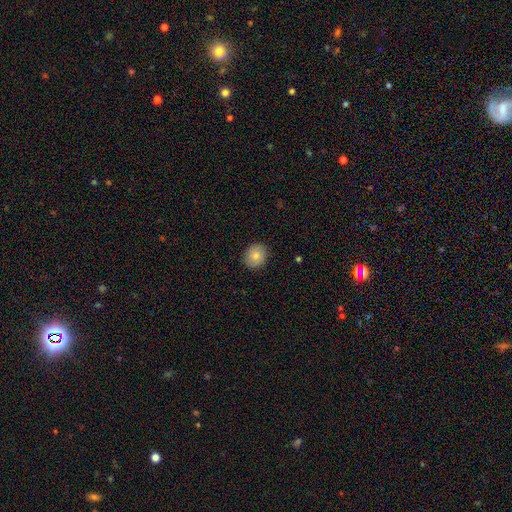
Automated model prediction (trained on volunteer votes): The model was most divided on "how rounded": round: 77%, in between: 22%, cigar-shaped: 1%. More confident: merging — none (89%); smooth or featured — smooth (82%).